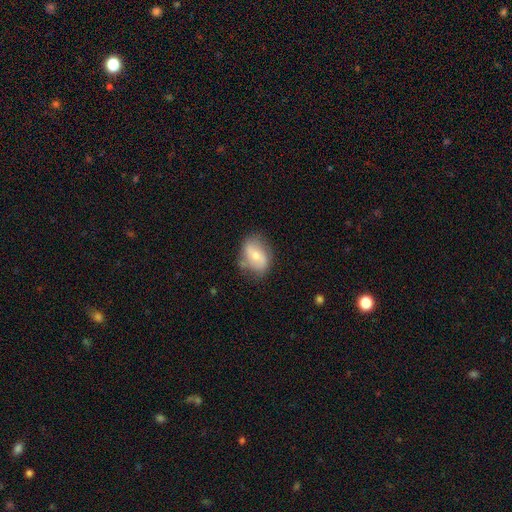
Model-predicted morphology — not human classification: type=smooth (54%); roundness=in between (73%); merging=none (63%).